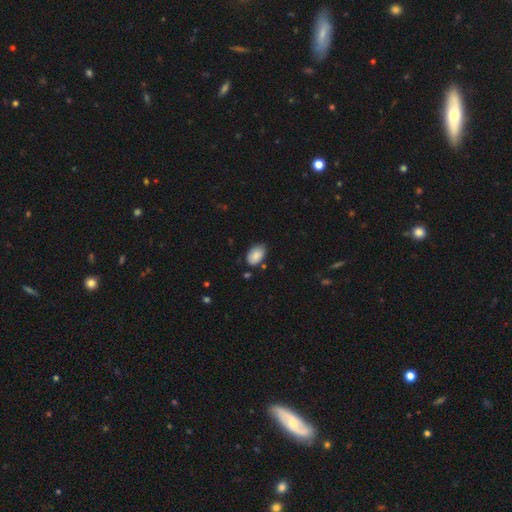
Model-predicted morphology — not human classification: A smooth galaxy with no disk features (87%) that is in between round and cigar-shaped (92%). Merging: none (71%).